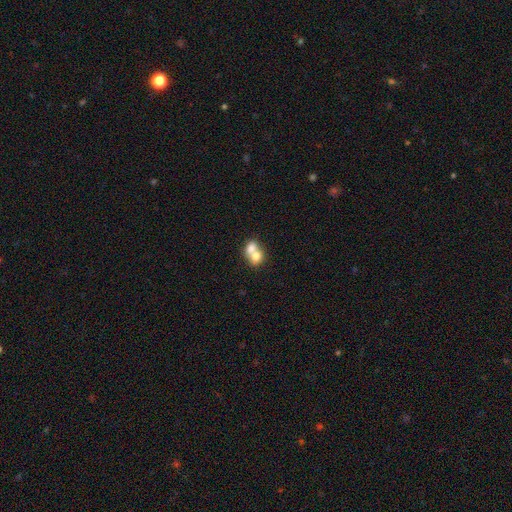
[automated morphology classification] A smooth galaxy with no disk features (71%) that is round (51%). Merging: merger (73%).